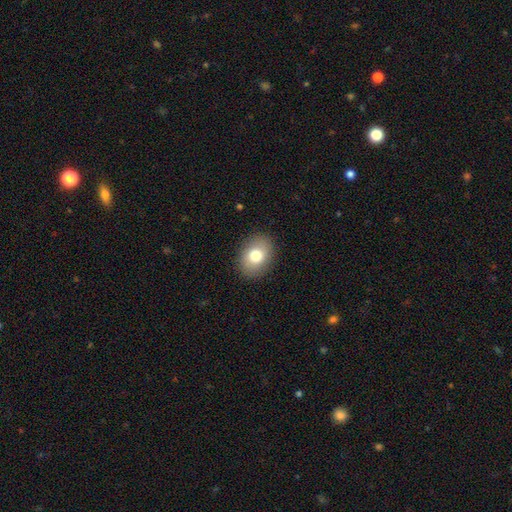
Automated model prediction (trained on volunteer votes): smooth 77%, featured or disk 15%, star or artifact 9%. Down the decision tree: how rounded — in between (67%); merging — none (88%).